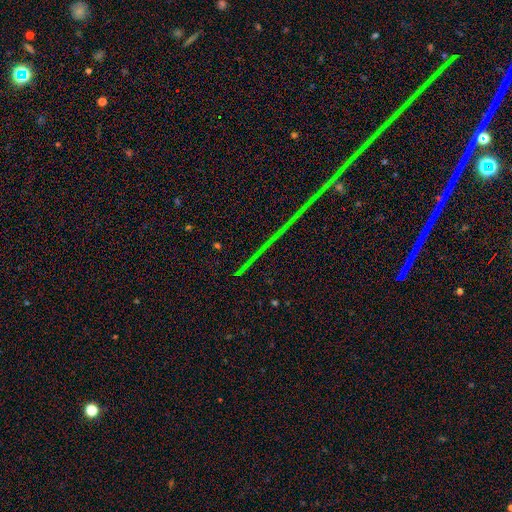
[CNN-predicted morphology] type=star or artifact (85%).